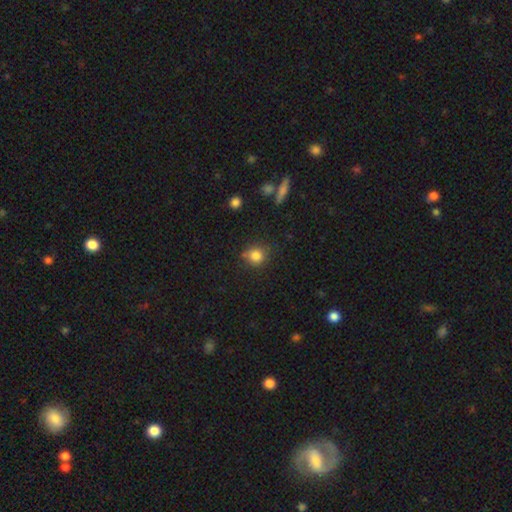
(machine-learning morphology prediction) This appears to be a smooth galaxy with no disk features (81%) that is round (79%). Merging: none (70%).